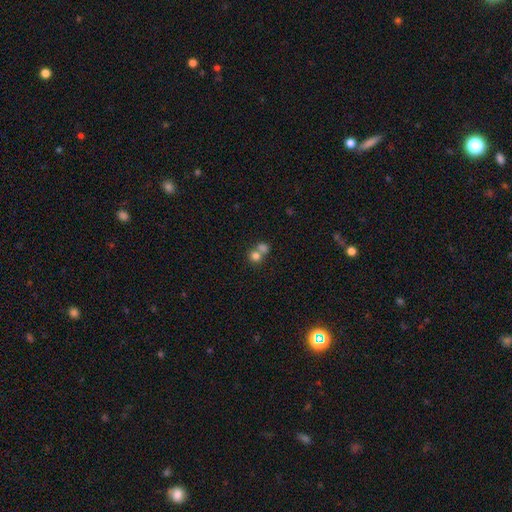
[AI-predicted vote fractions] Smooth or featured? Predicted: smooth (p=0.77). How rounded? Predicted: round (p=0.80). Merging? Predicted: merger (p=0.54).